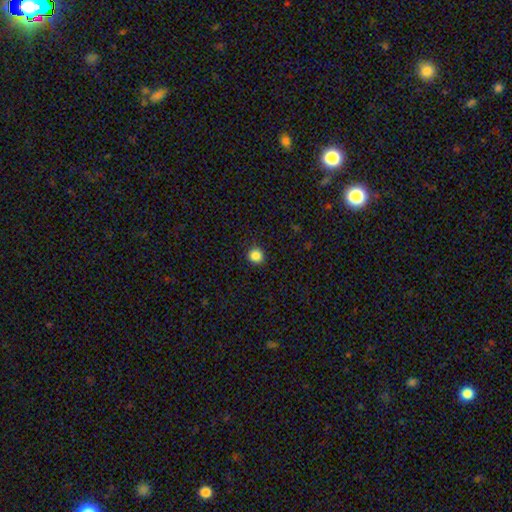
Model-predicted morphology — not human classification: smooth_or_featured: smooth (p=0.86) [alt: star or artifact p=0.11]
how_rounded: round (p=0.92) [alt: in between p=0.07]
merging: none (p=0.91) [alt: minor disturbance p=0.06]